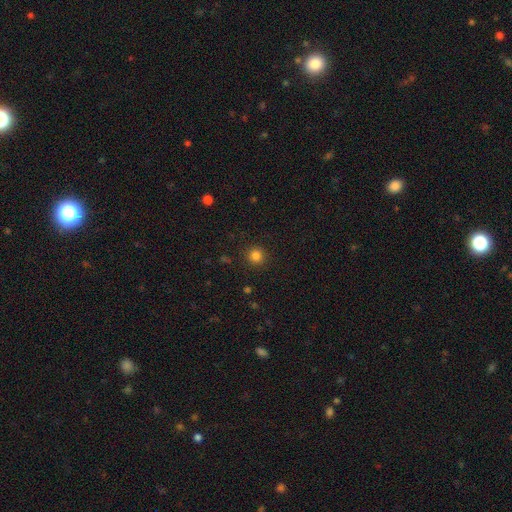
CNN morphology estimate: Smooth or featured?
  - smooth: 83% *
  - star or artifact: 13%
  - featured or disk: 4%
How rounded?
  - round: 94% *
  - in between: 5%
  - cigar-shaped: 1%
Merging?
  - none: 91% *
  - minor disturbance: 6%
  - major disturbance: 2%
  - merger: 1%